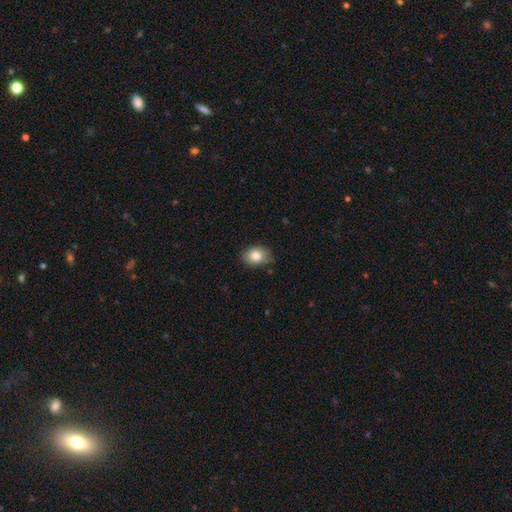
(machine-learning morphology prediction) smooth_or_featured: smooth (p=0.83) [alt: featured or disk p=0.09]
how_rounded: in between (p=0.71) [alt: round p=0.28]
merging: none (p=0.80) [alt: minor disturbance p=0.16]